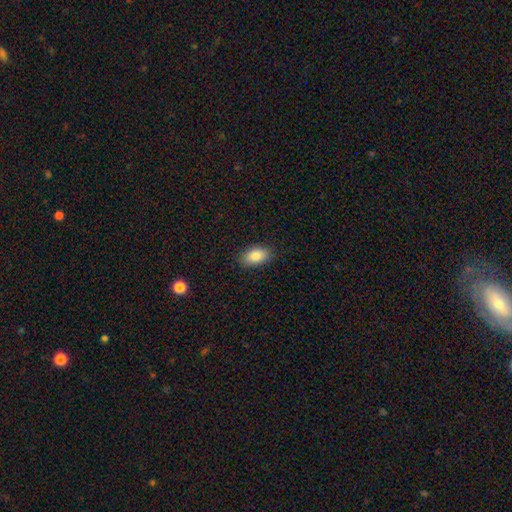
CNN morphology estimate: Smooth or featured? Predicted: smooth (p=0.85). How rounded? Predicted: in between (p=0.92). Merging? Predicted: none (p=0.87).